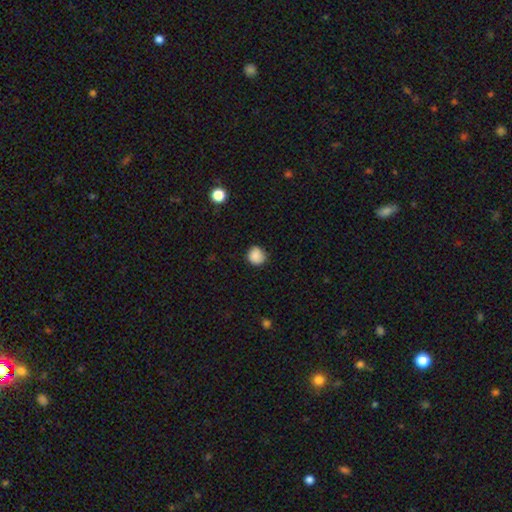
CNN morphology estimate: smooth 87%, star or artifact 9%, featured or disk 4%. Down the decision tree: how rounded — round (87%); merging — none (78%).